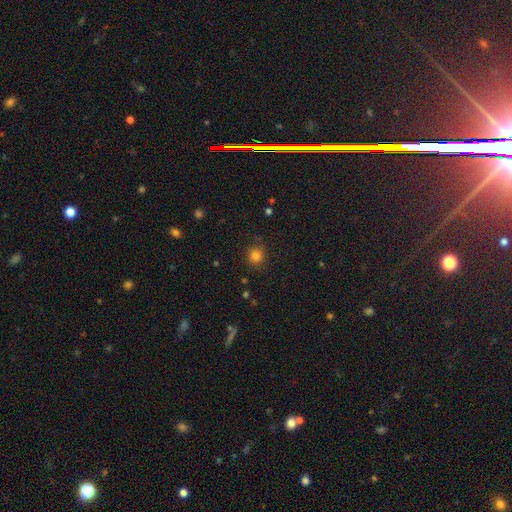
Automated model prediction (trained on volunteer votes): This appears to be a smooth galaxy with no disk features (81%) that is round (88%). Merging: none (85%).